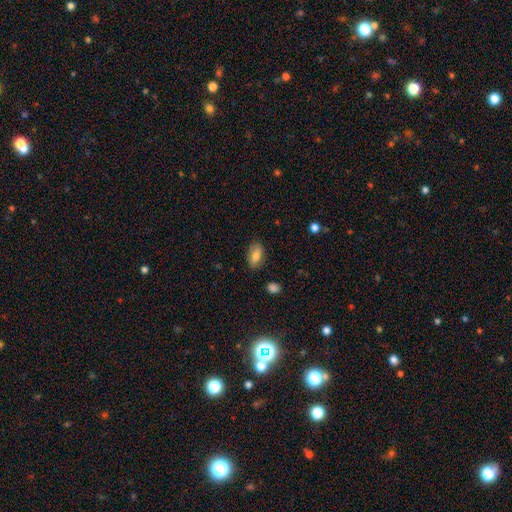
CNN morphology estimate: Smooth or featured? smooth (79%)
How rounded? in between (90%)
Merging? none (83%)